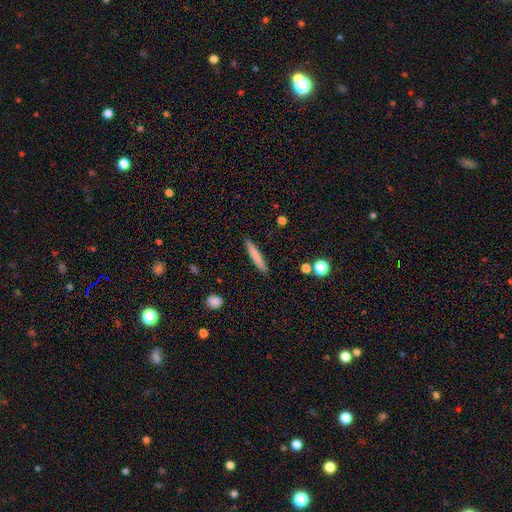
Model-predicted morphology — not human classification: Smooth or featured? smooth (73%)
How rounded? cigar-shaped (94%)
Merging? none (90%)